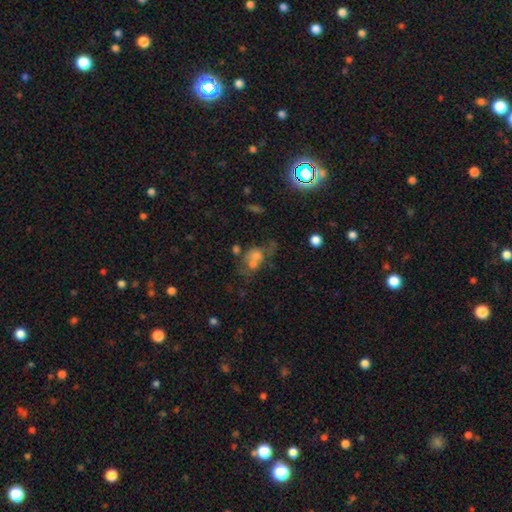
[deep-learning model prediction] Smooth or featured? Predicted: smooth (p=0.51). How rounded? Predicted: round (p=0.53). Merging? Predicted: merger (p=0.43).